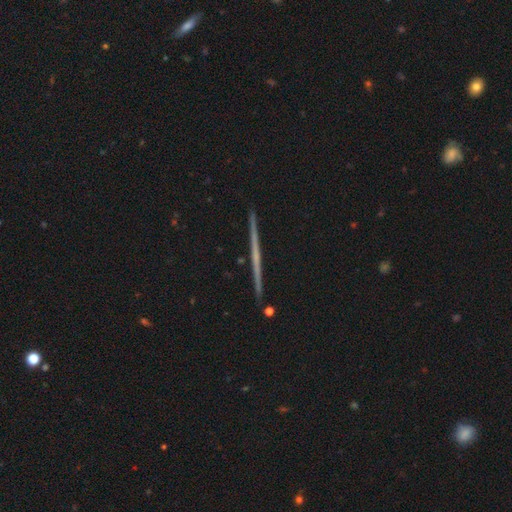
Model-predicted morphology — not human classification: This is likely a featured or disk galaxy (70%). It is clearly viewed edge-on (98%). Edge-on bulge: clearly none (83%). Merging: clearly none (92%).